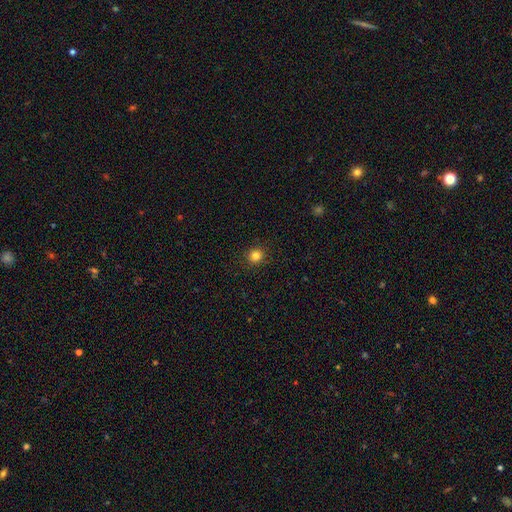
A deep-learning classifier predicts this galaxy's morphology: type=smooth (81%); roundness=round (93%); merging=none (92%).